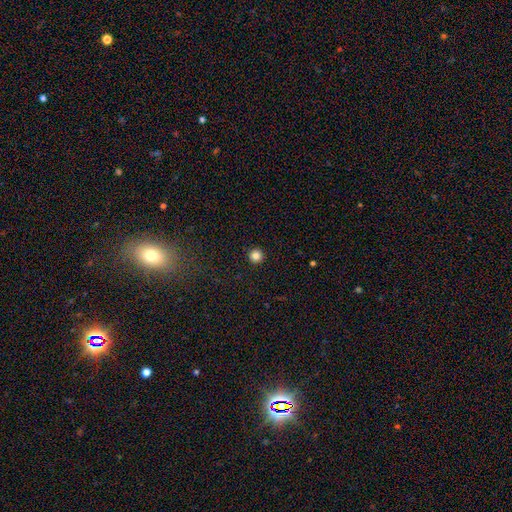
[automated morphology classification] The model was most divided on "smooth or featured": smooth: 84%, star or artifact: 12%, featured or disk: 4%. More confident: how rounded — round (96%); merging — none (94%).